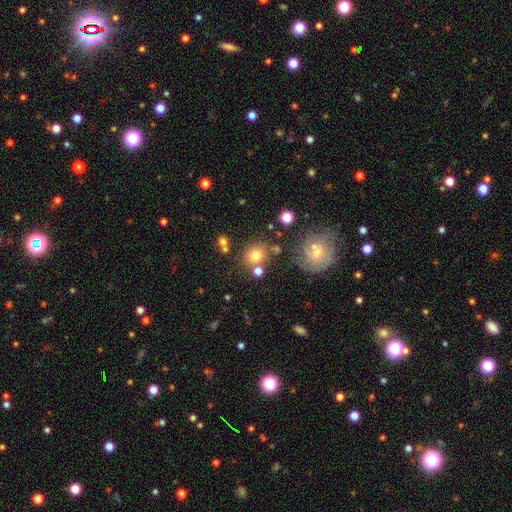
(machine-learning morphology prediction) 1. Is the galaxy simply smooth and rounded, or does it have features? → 72% smooth, 15% featured or disk, 14% star or artifact.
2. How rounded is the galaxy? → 79% round, 20% in between, 1% cigar-shaped.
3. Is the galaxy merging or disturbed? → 69% none, 13% merger, 12% minor disturbance, 6% major disturbance.